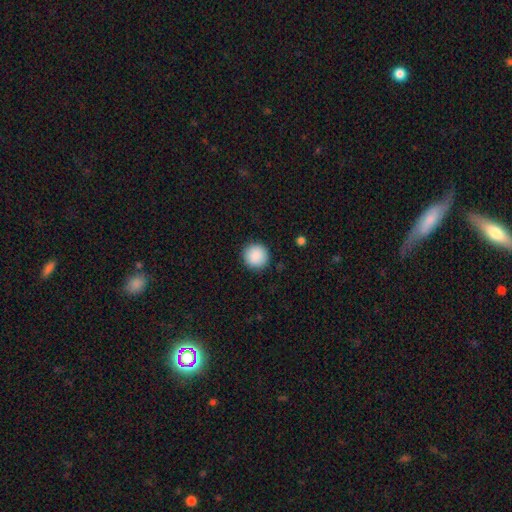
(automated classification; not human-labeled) Smooth or featured: smooth — 89% (star or artifact — 8%)
How rounded: round — 95% (in between — 4%)
Merging: none — 91% (minor disturbance — 6%)